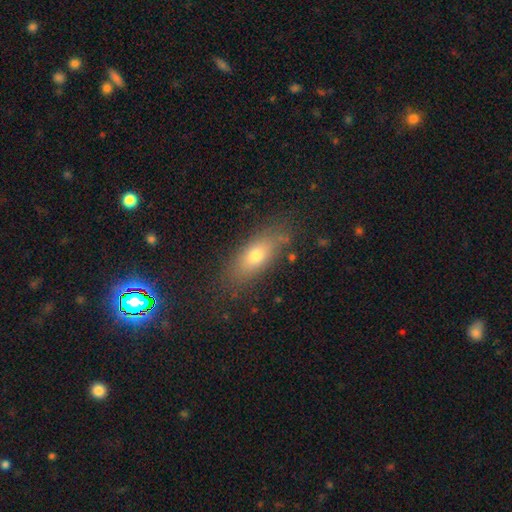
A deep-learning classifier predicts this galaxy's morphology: Q: Smooth or featured?
A: smooth (68%); runner-up: featured or disk (20%)
Q: How rounded?
A: in between (71%); runner-up: cigar-shaped (23%)
Q: Merging?
A: none (79%); runner-up: minor disturbance (14%)